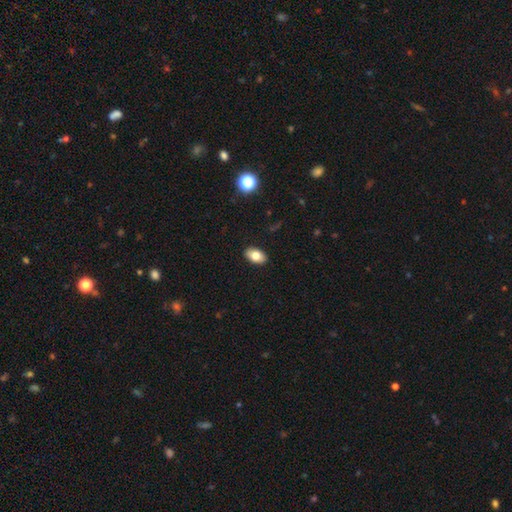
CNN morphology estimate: The model was most divided on "smooth or featured": smooth: 78%, featured or disk: 14%, star or artifact: 8%. More confident: how rounded — in between (91%); merging — none (90%).